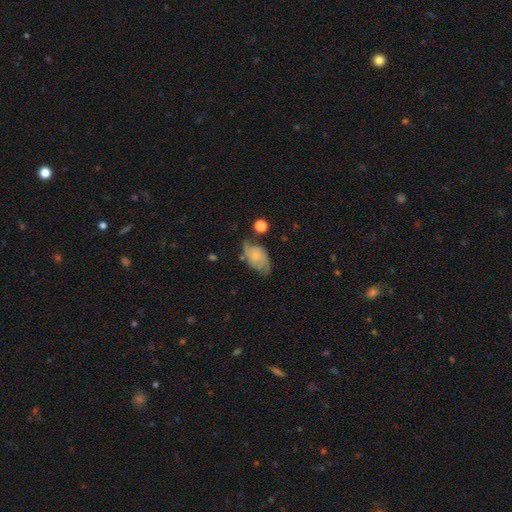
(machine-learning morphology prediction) Smooth or featured: featured or disk — 63% (smooth — 30%)
Edge-on disk: no — 96% (yes — 4%)
Bar: no — 74% (weak — 23%)
Spiral arms: yes — 89% (no — 11%)
Spiral winding: medium — 42% (loose — 30%)
Spiral arm count: 2 — 74% (can't tell — 14%)
Bulge size: small — 63% (moderate — 22%)
Merging: none — 54% (minor disturbance — 28%)